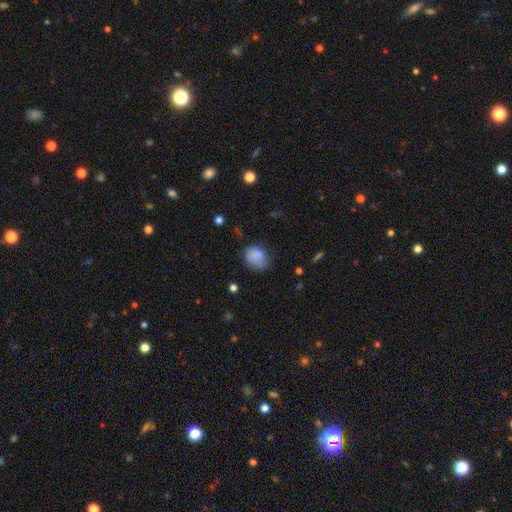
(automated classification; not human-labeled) A smooth galaxy with no disk features (83%) that is round (56%). Merging: none (60%).